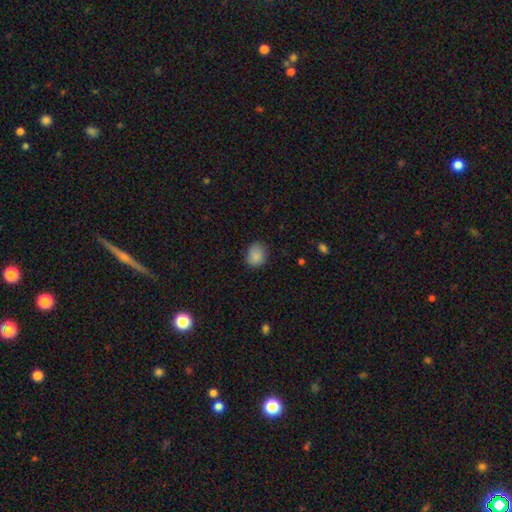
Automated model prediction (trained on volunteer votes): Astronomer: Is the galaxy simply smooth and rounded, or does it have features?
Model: smooth — 87%.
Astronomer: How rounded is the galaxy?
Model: round — 59% (runner-up: in between, 40%).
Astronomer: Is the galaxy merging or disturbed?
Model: none — 80%.